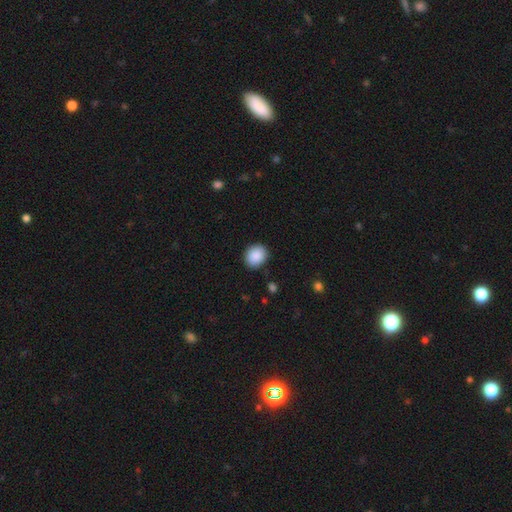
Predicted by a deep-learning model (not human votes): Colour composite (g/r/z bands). It shows a smooth galaxy with no disk features (89%) that is round (65%). Merging: none (88%).